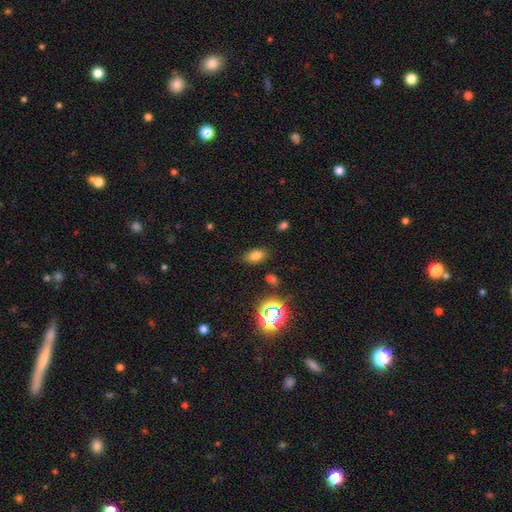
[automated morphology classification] smooth-or-featured: smooth: 73% | star or artifact: 19% | featured or disk: 8%
  how-rounded: in between: 85% | round: 12% | cigar-shaped: 2%
  merging: none: 81% | minor disturbance: 13% | major disturbance: 4% | merger: 3%